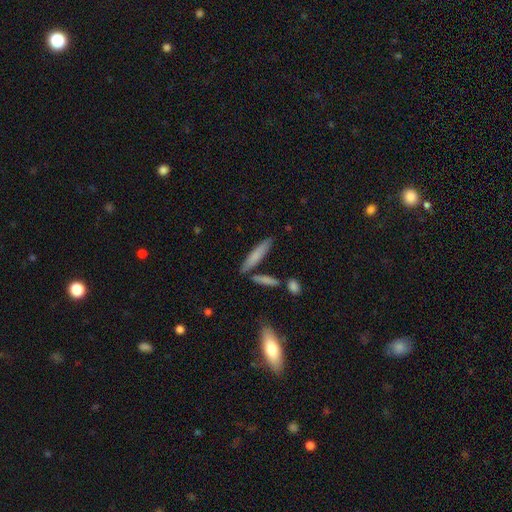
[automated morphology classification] Smooth or featured? smooth (73%)
How rounded? cigar-shaped (84%)
Merging? none (76%)